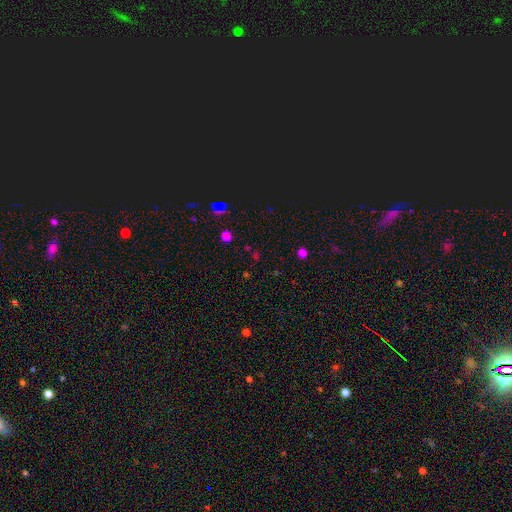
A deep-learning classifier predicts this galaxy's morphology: smooth_or_featured: star or artifact (p=0.54) [alt: smooth p=0.40]